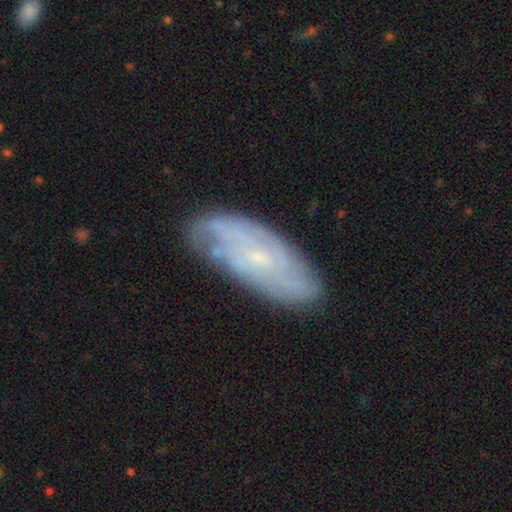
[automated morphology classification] The model was most divided on "spiral winding": tight: 56%, medium: 32%, loose: 12%. More confident: edge-on disk — no (89%); spiral arms — yes (84%); bulge size — small (78%); merging — none (72%); smooth or featured — featured or disk (71%); bar — no (66%); spiral arm count — can't tell (55%).